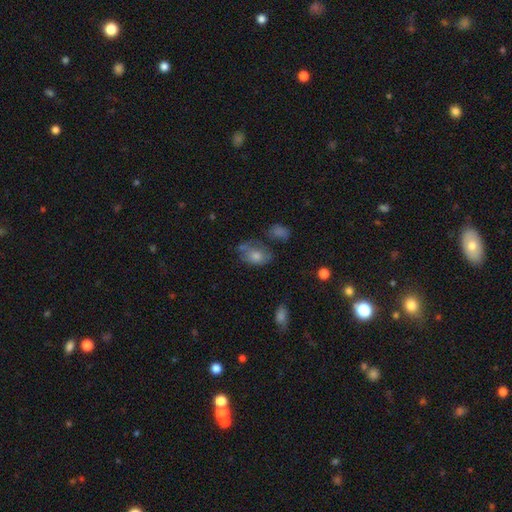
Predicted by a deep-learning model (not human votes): Smooth or featured?
  - smooth: 60% *
  - featured or disk: 25%
  - star or artifact: 15%
How rounded?
  - in between: 76% *
  - round: 23%
  - cigar-shaped: 2%
Merging?
  - none: 48% *
  - minor disturbance: 26%
  - major disturbance: 14%
  - merger: 12%